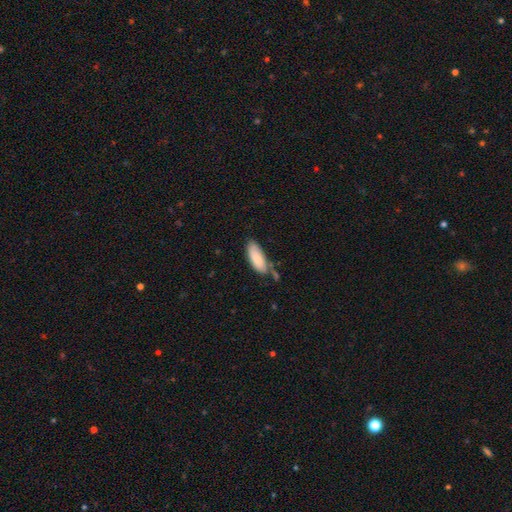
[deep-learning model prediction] Smooth or featured?
  - smooth: 83% *
  - featured or disk: 11%
  - star or artifact: 6%
How rounded?
  - in between: 78% *
  - cigar-shaped: 20%
  - round: 2%
Merging?
  - none: 59% *
  - minor disturbance: 26%
  - merger: 10%
  - major disturbance: 6%